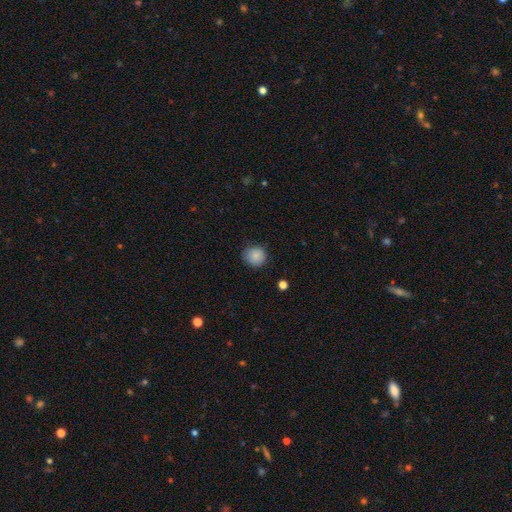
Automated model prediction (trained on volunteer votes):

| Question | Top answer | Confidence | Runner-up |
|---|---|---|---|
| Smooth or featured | smooth | 87% | star or artifact (9%) |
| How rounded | round | 86% | in between (13%) |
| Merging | none | 82% | minor disturbance (14%) |